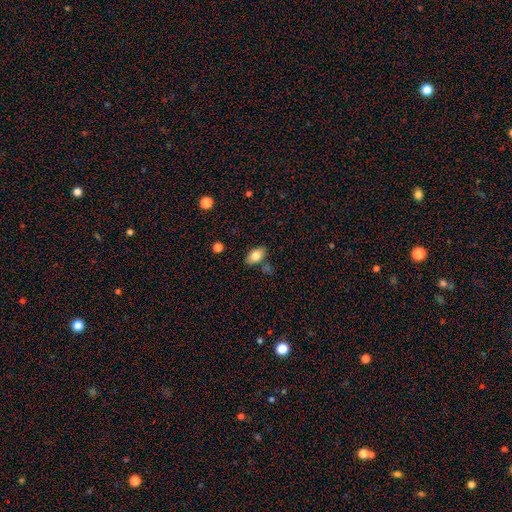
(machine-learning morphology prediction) Smooth or featured? smooth (80%)
How rounded? in between (90%)
Merging? none (78%)